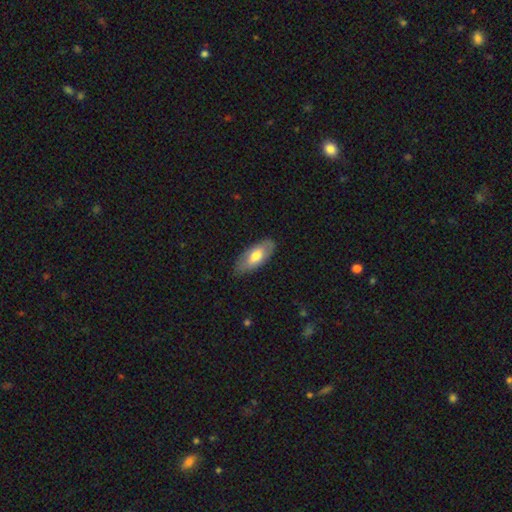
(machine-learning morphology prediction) smooth-or-featured: smooth: 67% | featured or disk: 28% | star or artifact: 5%
  how-rounded: in between: 85% | cigar-shaped: 13% | round: 2%
  merging: none: 80% | minor disturbance: 16% | major disturbance: 3% | merger: 1%